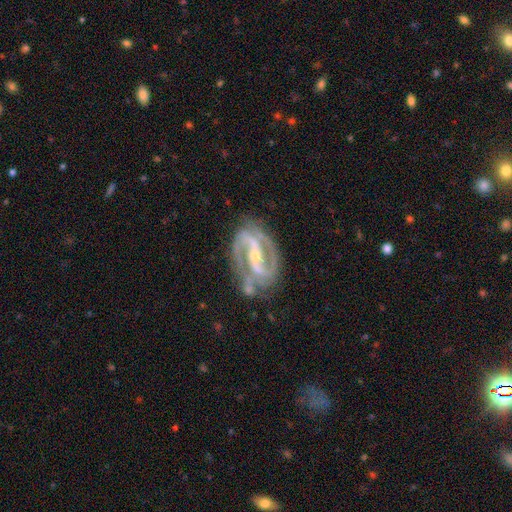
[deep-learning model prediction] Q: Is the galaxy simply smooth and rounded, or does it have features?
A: featured or disk — 89%.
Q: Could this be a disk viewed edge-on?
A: no — 96%.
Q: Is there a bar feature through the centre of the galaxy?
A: strong — 62%.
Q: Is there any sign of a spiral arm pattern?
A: yes — 95%.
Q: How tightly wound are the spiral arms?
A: medium — 50%.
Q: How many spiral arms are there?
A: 2 — 87%.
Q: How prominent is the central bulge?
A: small — 59%.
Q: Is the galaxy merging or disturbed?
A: none — 72%.